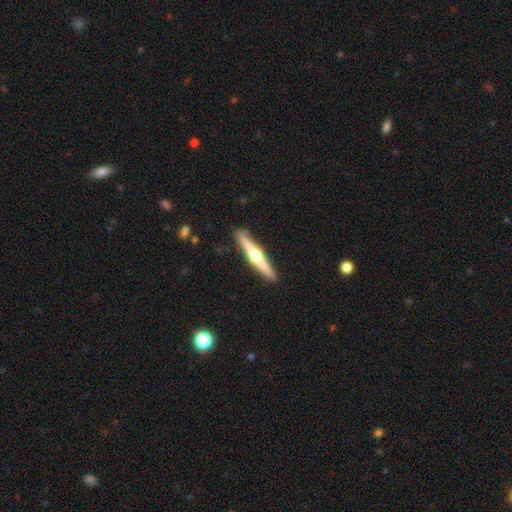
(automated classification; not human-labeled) smooth_or_featured: featured or disk (p=0.66) [alt: smooth p=0.29]
disk_edge_on: yes (p=0.97) [alt: no p=0.03]
edge_on_bulge: rounded (p=0.91) [alt: none p=0.05]
merging: none (p=0.90) [alt: minor disturbance p=0.07]